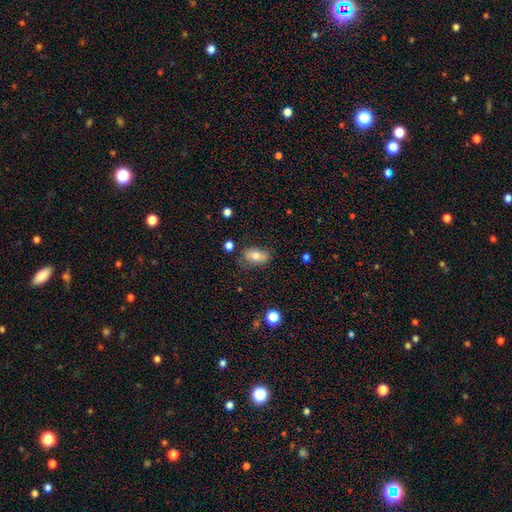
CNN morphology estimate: A smooth galaxy with no disk features (70%) that is in between round and cigar-shaped (87%). Merging: none (70%).